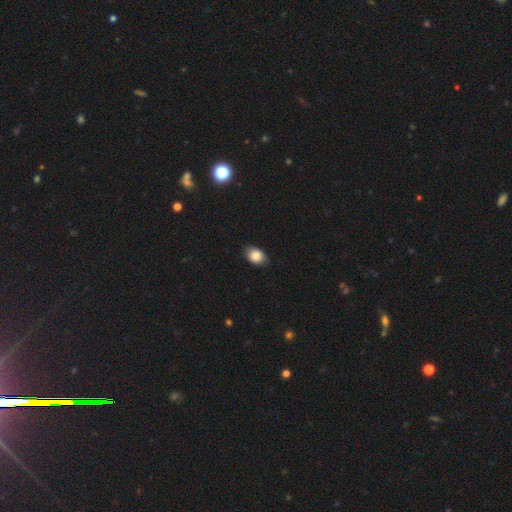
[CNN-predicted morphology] Smooth or featured?
  - smooth: 85% *
  - star or artifact: 8%
  - featured or disk: 7%
How rounded?
  - in between: 75% *
  - round: 24%
  - cigar-shaped: 1%
Merging?
  - none: 85% *
  - minor disturbance: 12%
  - major disturbance: 2%
  - merger: 1%